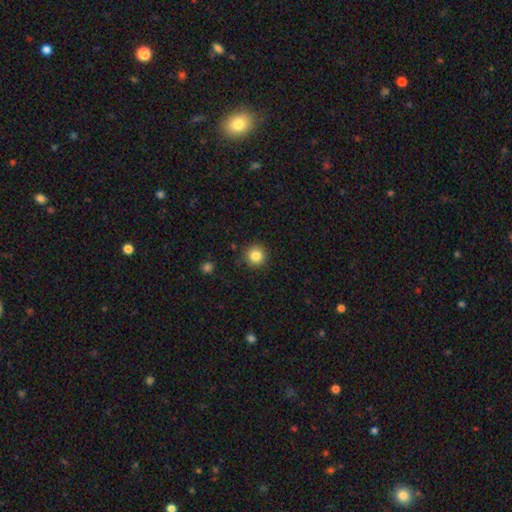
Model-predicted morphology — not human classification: A smooth galaxy with no disk features (84%) that is round (95%). Merging: none (90%).